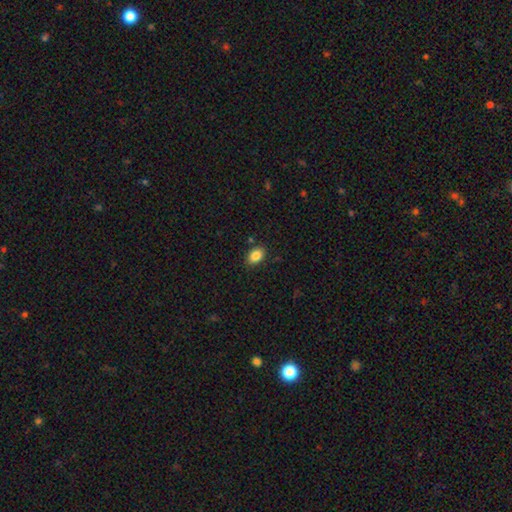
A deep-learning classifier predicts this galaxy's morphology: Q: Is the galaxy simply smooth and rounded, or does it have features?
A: smooth — 86%.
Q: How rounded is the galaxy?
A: in between — 85%.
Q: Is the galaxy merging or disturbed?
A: none — 86%.